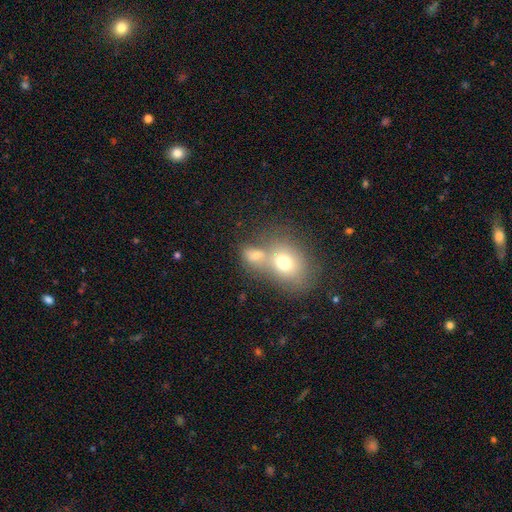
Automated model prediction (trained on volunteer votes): This appears to be a smooth galaxy with no disk features (70%) that is in between round and cigar-shaped (56%). Merging: merger (50%).